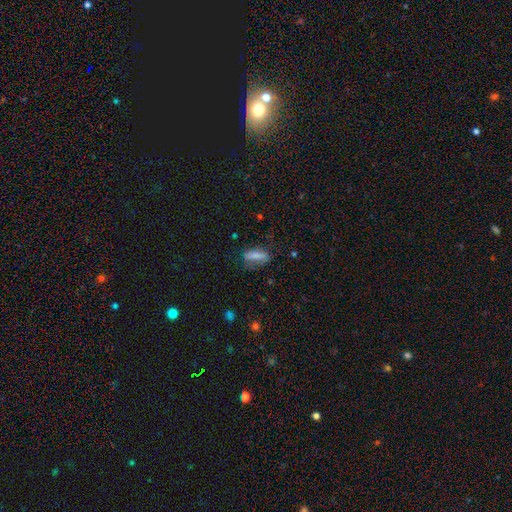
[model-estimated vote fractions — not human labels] This appears to be a smooth galaxy with no disk features (73%) that is in between round and cigar-shaped (57%). Merging: none (67%).